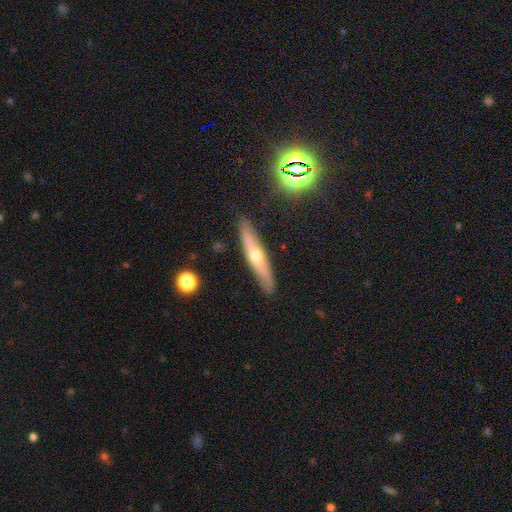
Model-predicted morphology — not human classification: This is possibly a featured or disk galaxy (57%). It is clearly viewed edge-on (80%). Merging: clearly none (86%).